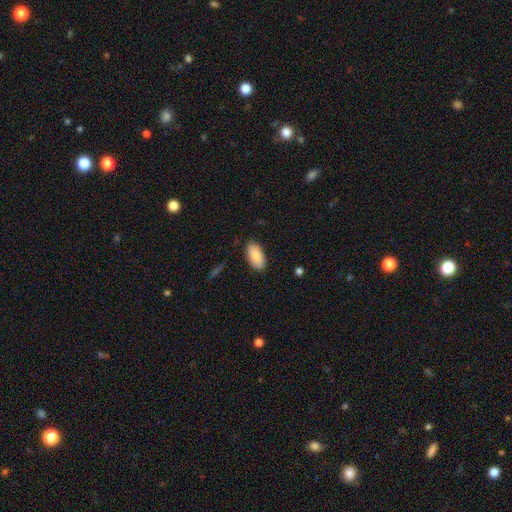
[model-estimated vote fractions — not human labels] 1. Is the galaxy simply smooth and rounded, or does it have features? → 87% smooth, 6% featured or disk, 6% star or artifact.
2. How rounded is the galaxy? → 94% in between, 3% cigar-shaped, 2% round.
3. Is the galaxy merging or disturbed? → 86% none, 11% minor disturbance, 2% major disturbance, 1% merger.